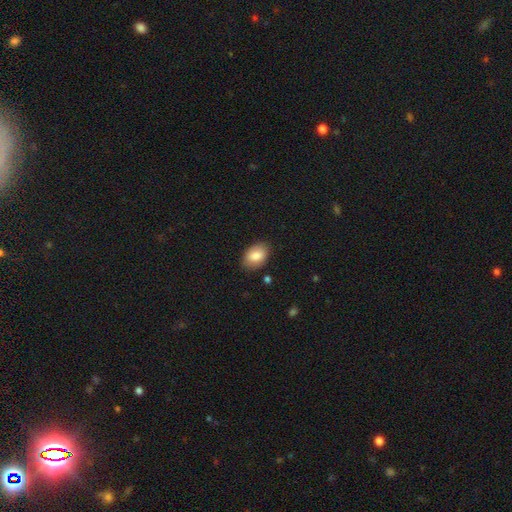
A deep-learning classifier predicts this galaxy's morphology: Smooth or featured? smooth (84%)
How rounded? in between (88%)
Merging? none (84%)